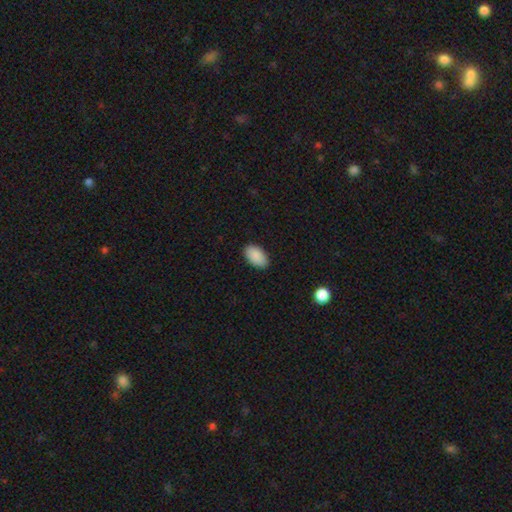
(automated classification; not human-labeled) Smooth or featured? Predicted: smooth (p=0.90). How rounded? Predicted: in between (p=0.95). Merging? Predicted: none (p=0.86).